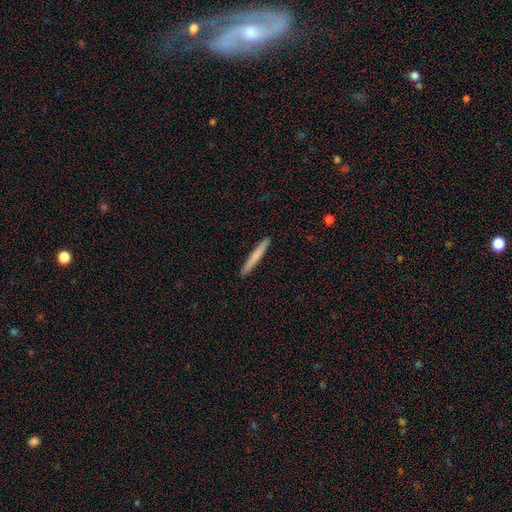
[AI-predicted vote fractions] Overall: smooth (73%). How rounded: cigar-shaped (97%). Merging: none (93%).